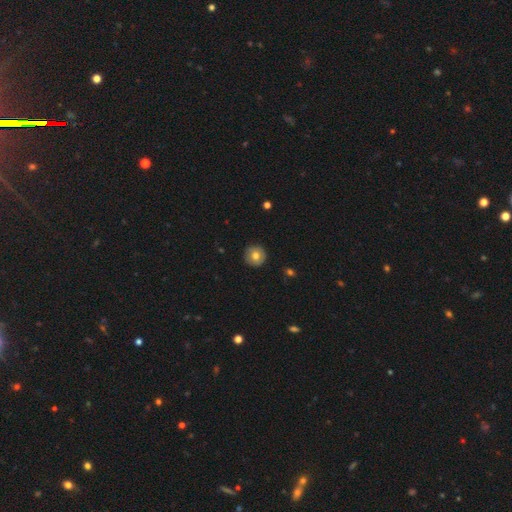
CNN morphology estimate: Smooth or featured? Predicted: smooth (p=0.72). How rounded? Predicted: round (p=0.95). Merging? Predicted: none (p=0.90).